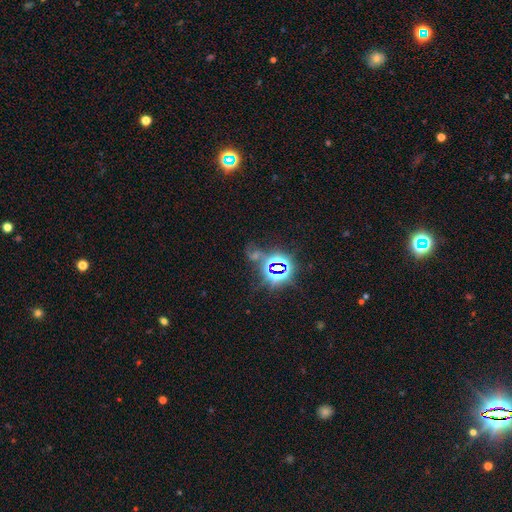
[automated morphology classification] smooth_or_featured: star or artifact (p=0.79) [alt: smooth p=0.12]